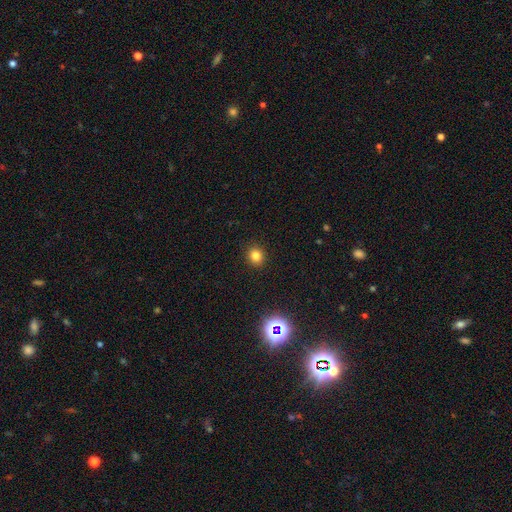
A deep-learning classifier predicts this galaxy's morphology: type=smooth (80%); roundness=round (80%); merging=none (91%).